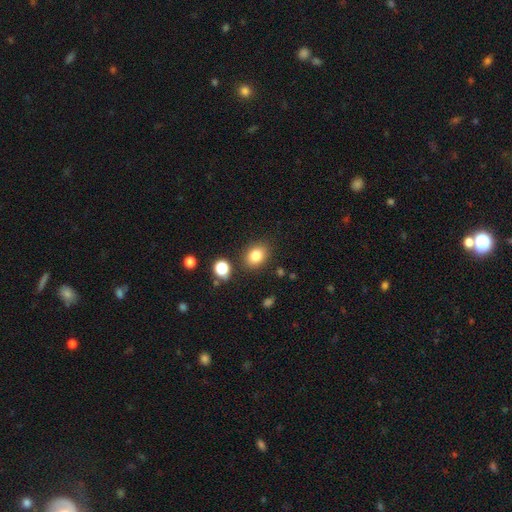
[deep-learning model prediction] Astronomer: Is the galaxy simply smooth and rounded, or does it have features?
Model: smooth — 81%.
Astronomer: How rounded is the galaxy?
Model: in between — 56% (runner-up: round, 43%).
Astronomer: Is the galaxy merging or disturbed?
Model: none — 83%.